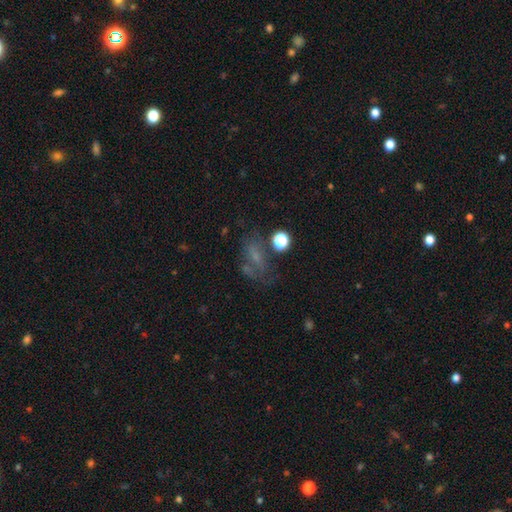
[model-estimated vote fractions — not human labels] This is marginally a smooth galaxy (37%). Merging: marginally none (44%).